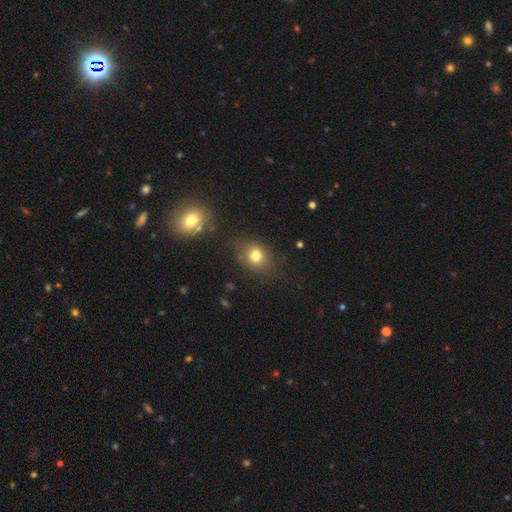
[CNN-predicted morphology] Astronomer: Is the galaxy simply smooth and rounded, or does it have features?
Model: smooth — 77%.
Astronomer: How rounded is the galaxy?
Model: round — 59% (runner-up: in between, 40%).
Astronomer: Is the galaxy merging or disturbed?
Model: none — 76%.